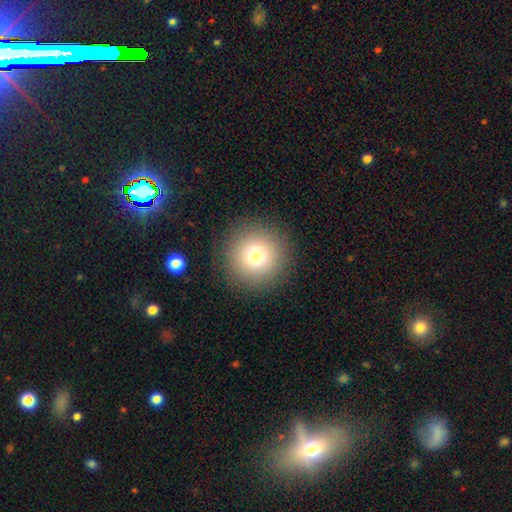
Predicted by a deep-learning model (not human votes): Smooth or featured? smooth (76%)
How rounded? round (96%)
Merging? none (91%)